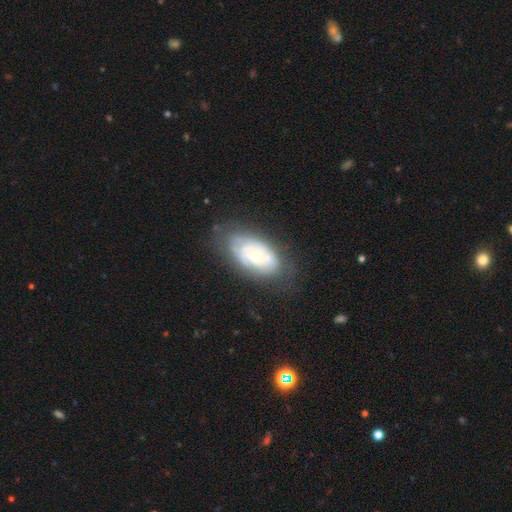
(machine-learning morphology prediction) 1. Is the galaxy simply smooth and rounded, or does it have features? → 59% featured or disk, 33% smooth, 7% star or artifact.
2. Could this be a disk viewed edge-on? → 93% no, 7% yes.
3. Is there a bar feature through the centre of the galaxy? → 82% no, 14% weak, 3% strong.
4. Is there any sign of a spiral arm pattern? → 57% yes, 43% no.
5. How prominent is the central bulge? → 54% small, 38% moderate, 4% large, 2% none, 1% dominant.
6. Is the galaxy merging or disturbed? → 63% none, 24% minor disturbance, 11% major disturbance, 2% merger.